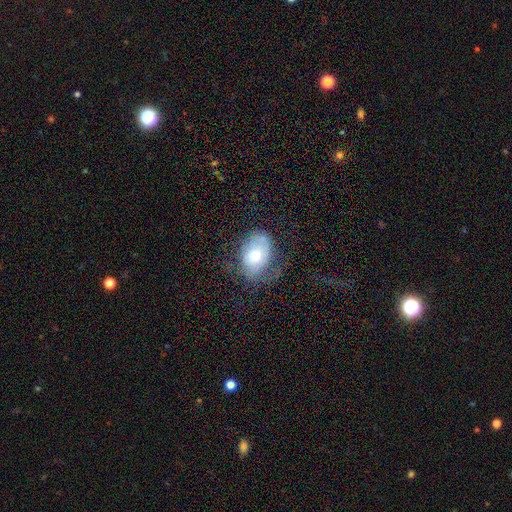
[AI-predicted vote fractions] Smooth or featured: smooth — 56% (featured or disk — 36%)
How rounded: in between — 79% (round — 20%)
Merging: none — 46% (minor disturbance — 30%)